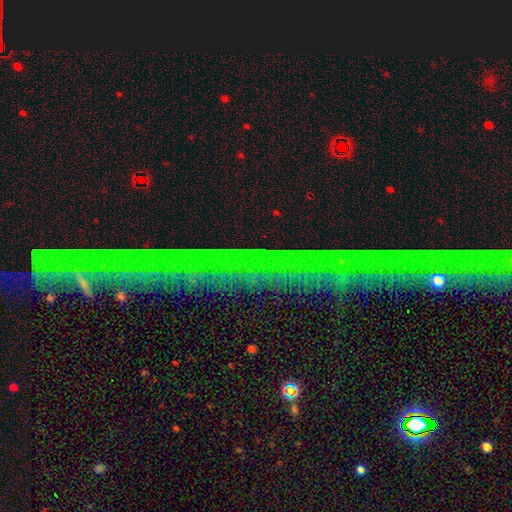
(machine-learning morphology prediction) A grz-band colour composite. It shows a star or artifact, not a galaxy (83%).